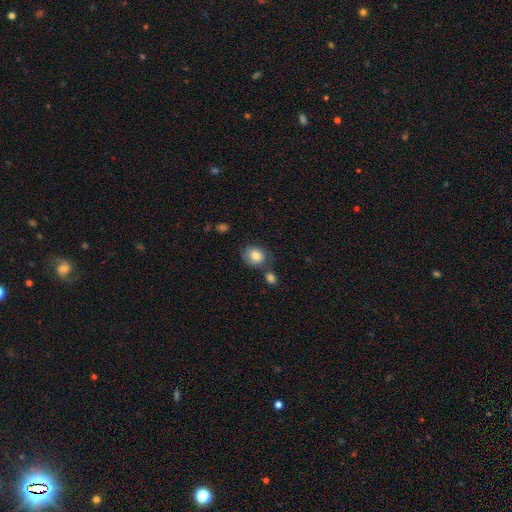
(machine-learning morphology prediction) This appears to be a smooth galaxy with no disk features (78%) that is round (60%). Merging: none (60%).